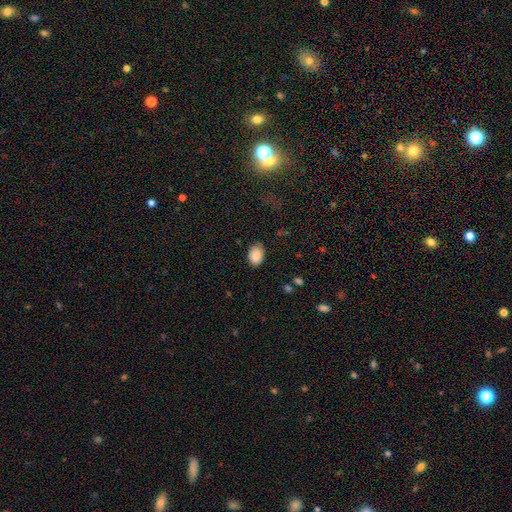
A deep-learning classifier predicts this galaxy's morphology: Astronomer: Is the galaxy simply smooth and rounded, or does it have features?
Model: smooth — 89%.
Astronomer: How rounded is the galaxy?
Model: in between — 80%.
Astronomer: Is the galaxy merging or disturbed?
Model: none — 79%.